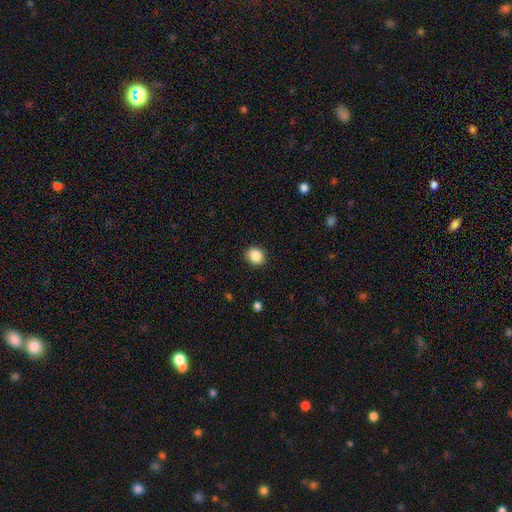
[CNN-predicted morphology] The model was most divided on "how rounded": round: 70%, in between: 29%, cigar-shaped: 1%. More confident: merging — none (90%); smooth or featured — smooth (88%).